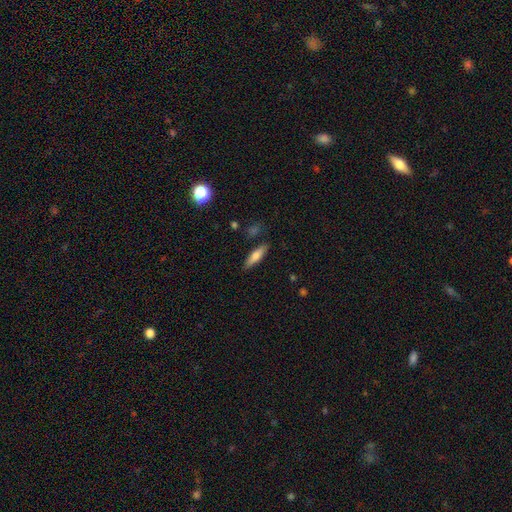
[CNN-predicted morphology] smooth_or_featured: smooth (p=0.64) [alt: featured or disk p=0.29]
how_rounded: cigar-shaped (p=0.70) [alt: in between p=0.28]
merging: none (p=0.85) [alt: minor disturbance p=0.10]